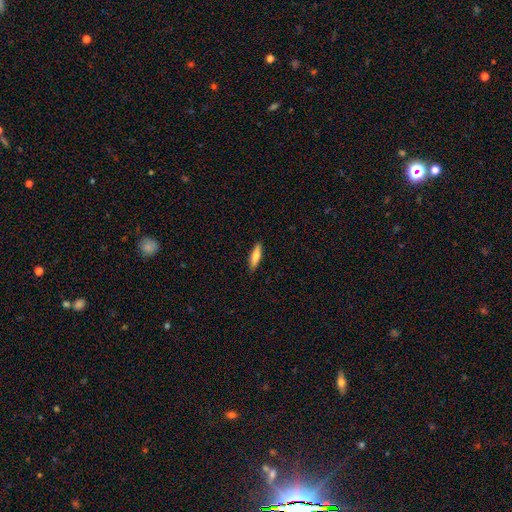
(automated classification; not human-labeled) Smooth or featured? smooth (76%)
How rounded? cigar-shaped (67%)
Merging? none (89%)